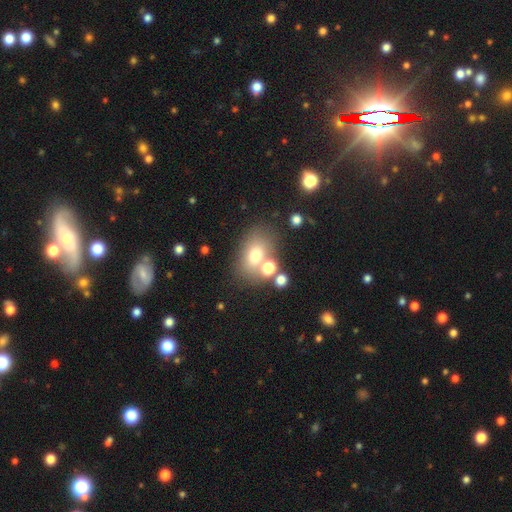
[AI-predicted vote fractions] Q: Smooth or featured?
A: smooth (67%); runner-up: featured or disk (19%)
Q: How rounded?
A: in between (68%); runner-up: round (30%)
Q: Merging?
A: none (57%); runner-up: merger (23%)